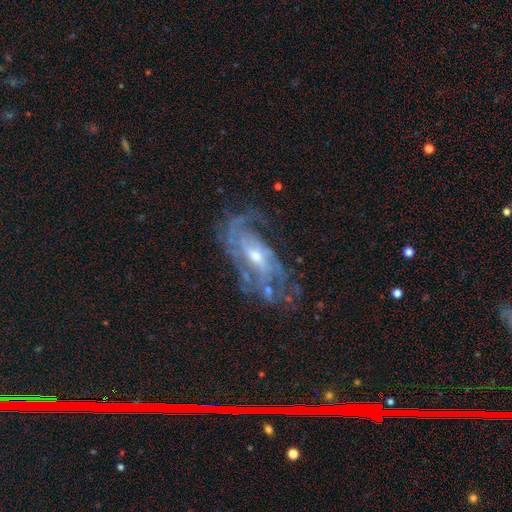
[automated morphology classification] This is clearly a featured or disk galaxy (82%). It is clearly not viewed edge-on (91%). Bar: possibly no (49%). Spiral arm pattern: clearly yes (92%). Spiral arm count: marginally can't tell (38%). Spiral winding: possibly tight (48%). Central bulge: possibly moderate (47%). Merging: likely none (61%).